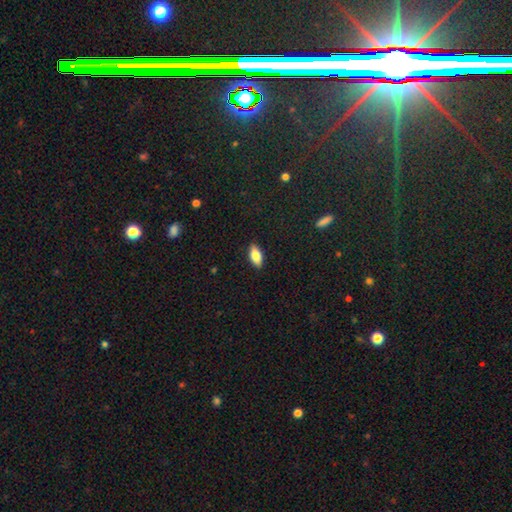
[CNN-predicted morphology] A smooth galaxy with no disk features (79%) that is in between round and cigar-shaped (86%). Merging: none (89%).